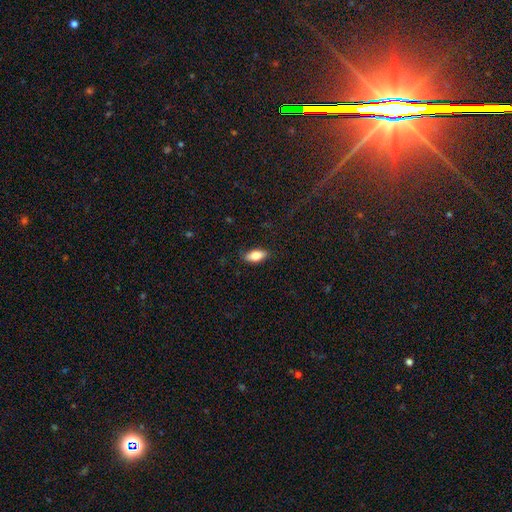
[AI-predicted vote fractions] Smooth or featured? Predicted: smooth (p=0.78). How rounded? Predicted: in between (p=0.87). Merging? Predicted: none (p=0.84).